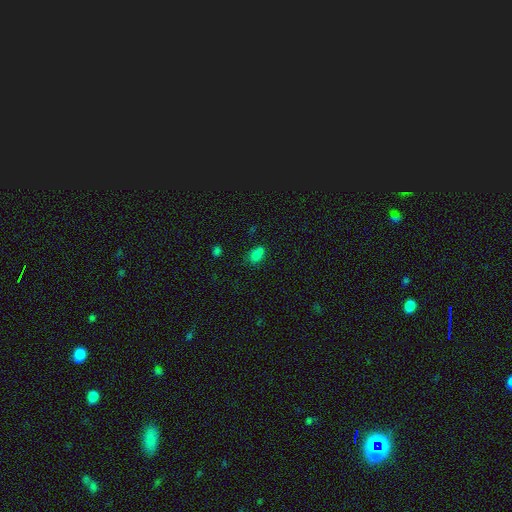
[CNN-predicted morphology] Q: Smooth or featured?
A: smooth (78%); runner-up: star or artifact (17%)
Q: How rounded?
A: in between (87%); runner-up: round (9%)
Q: Merging?
A: none (65%); runner-up: minor disturbance (23%)